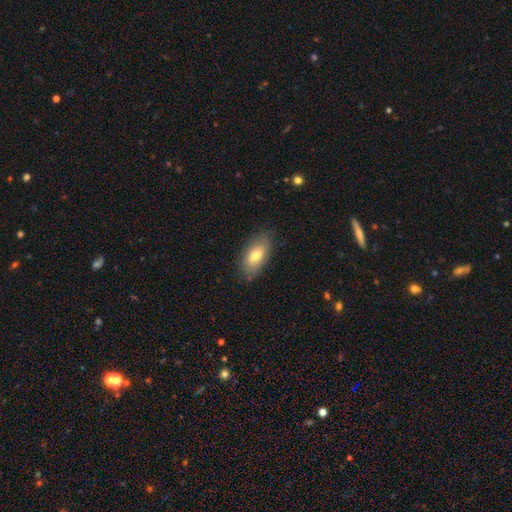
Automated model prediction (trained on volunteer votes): Q: Smooth or featured?
A: smooth (72%); runner-up: featured or disk (21%)
Q: How rounded?
A: in between (90%); runner-up: cigar-shaped (6%)
Q: Merging?
A: none (79%); runner-up: minor disturbance (16%)